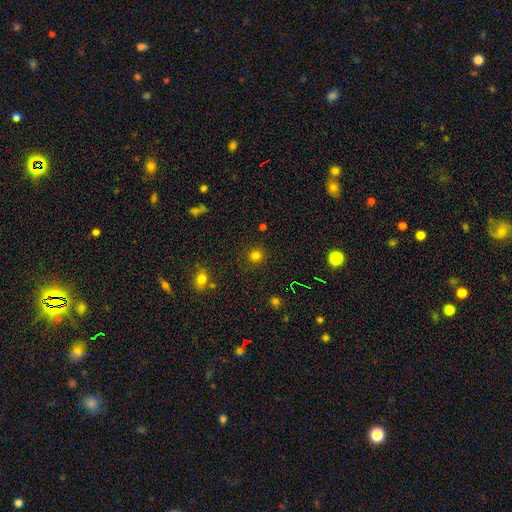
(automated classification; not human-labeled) The model was most divided on "smooth or featured": smooth: 78%, star or artifact: 17%, featured or disk: 5%. More confident: how rounded — round (92%); merging — none (89%).